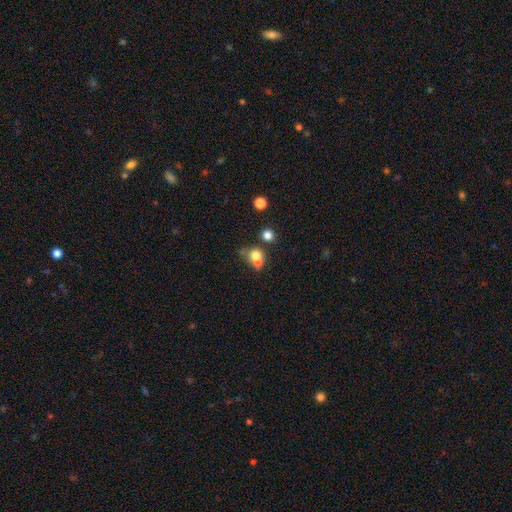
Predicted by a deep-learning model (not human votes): Overall: smooth (69%). How rounded: round (75%). Merging: merger (54%; none 32%).